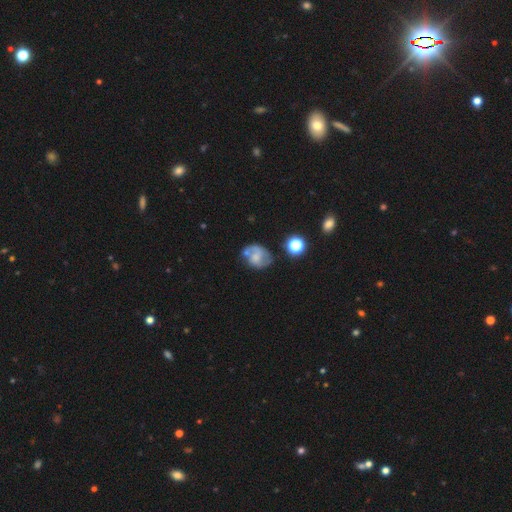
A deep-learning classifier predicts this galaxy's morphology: featured or disk 51%, smooth 37%, star or artifact 11%. Down the decision tree: edge-on disk — no (97%); bar — no (65%); spiral arms — yes (70%); bulge size — small (37%); merging — none (47%).